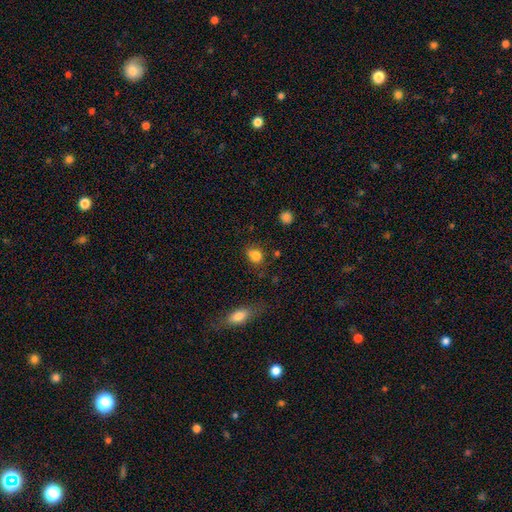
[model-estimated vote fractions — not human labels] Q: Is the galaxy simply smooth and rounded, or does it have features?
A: smooth — 81%.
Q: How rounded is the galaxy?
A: round — 53%.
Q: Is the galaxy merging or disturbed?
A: none — 59%.